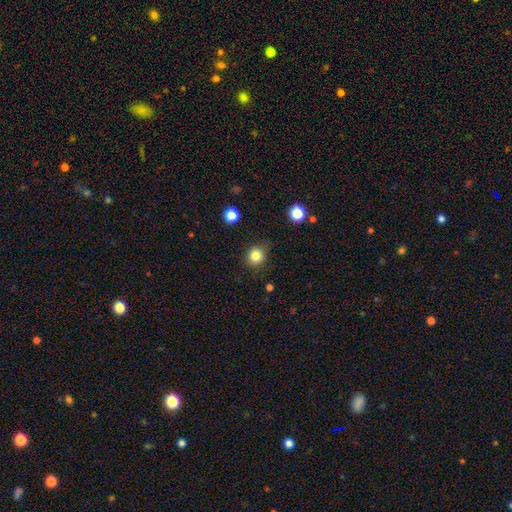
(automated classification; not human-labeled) The model was most divided on "smooth or featured": smooth: 83%, star or artifact: 12%, featured or disk: 5%. More confident: how rounded — round (89%); merging — none (84%).